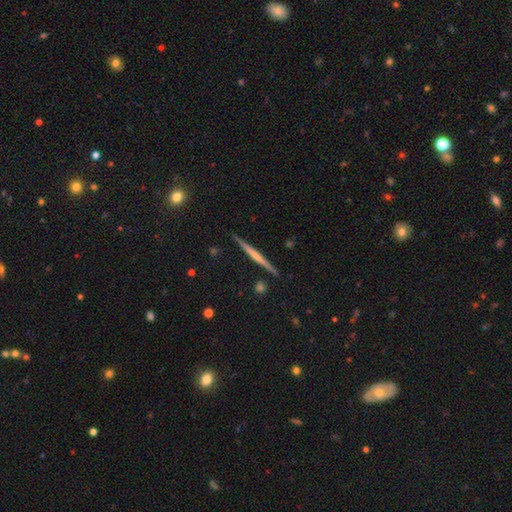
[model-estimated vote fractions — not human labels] Q: Smooth or featured?
A: featured or disk (63%); runner-up: smooth (31%)
Q: Edge-on disk?
A: yes (98%); runner-up: no (2%)
Q: Edge-on bulge?
A: none (59%); runner-up: rounded (30%)
Q: Merging?
A: none (90%); runner-up: minor disturbance (7%)